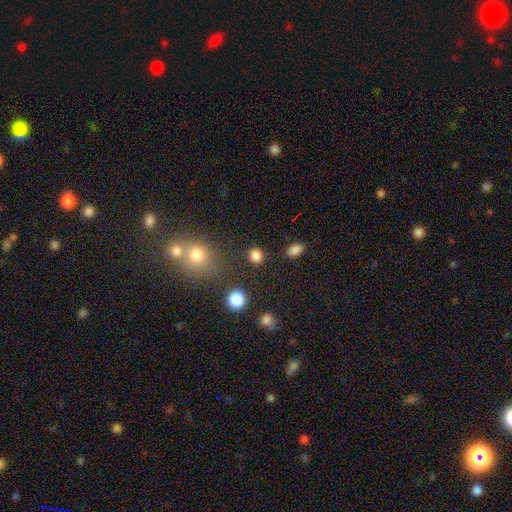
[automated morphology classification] Smooth or featured?
  - smooth: 83% *
  - star or artifact: 13%
  - featured or disk: 4%
How rounded?
  - round: 81% *
  - in between: 18%
  - cigar-shaped: 1%
Merging?
  - none: 87% *
  - minor disturbance: 7%
  - major disturbance: 3%
  - merger: 3%